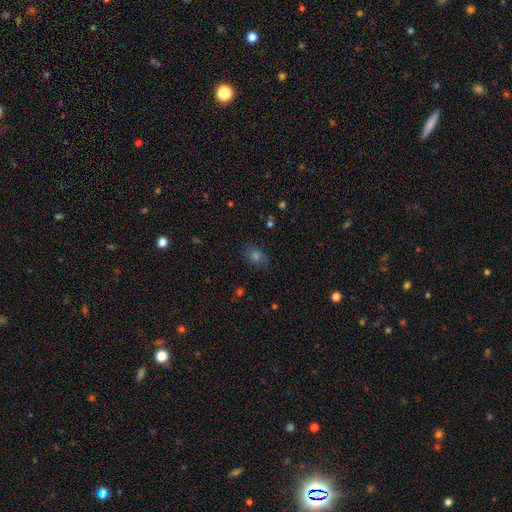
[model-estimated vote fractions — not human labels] Q: Smooth or featured?
A: smooth (62%); runner-up: star or artifact (27%)
Q: How rounded?
A: round (51%); runner-up: in between (48%)
Q: Merging?
A: none (80%); runner-up: minor disturbance (14%)